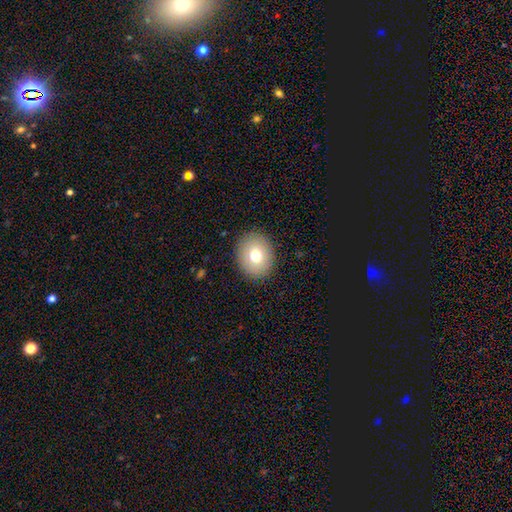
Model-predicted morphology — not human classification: This is likely a smooth galaxy (75%). How rounded: likely round (61%). Merging: clearly none (89%).